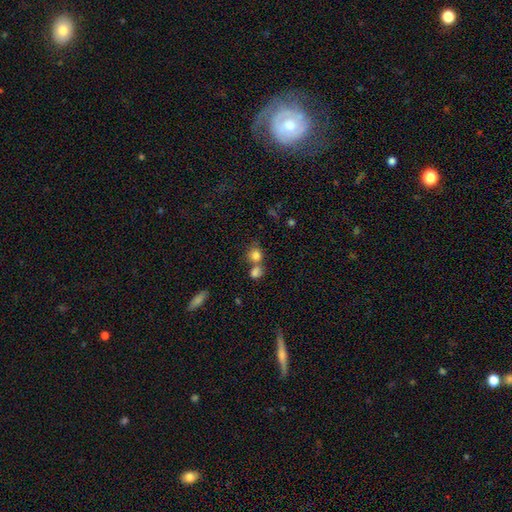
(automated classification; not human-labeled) A smooth galaxy with no disk features (81%) that is round (80%). Merging: none (46%).